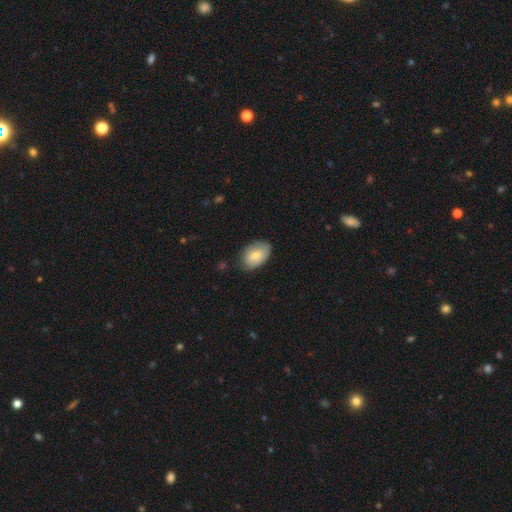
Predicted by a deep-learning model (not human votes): Smooth or featured: smooth — 75% (featured or disk — 19%)
How rounded: in between — 89% (round — 9%)
Merging: none — 70% (minor disturbance — 24%)